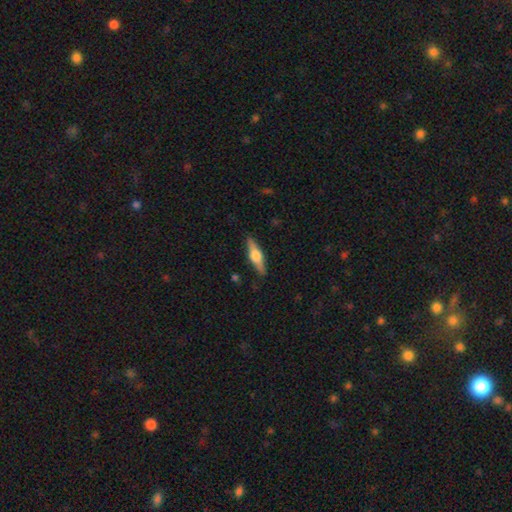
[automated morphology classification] Overall: featured or disk (61%; smooth 34%). Edge-on disk: yes (96%). Edge-on bulge: rounded (93%). Merging: none (89%).